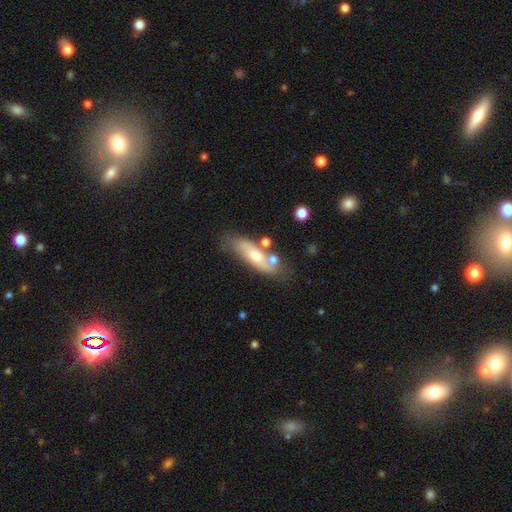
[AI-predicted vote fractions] This appears to be a featured or disk galaxy (48%). Merging: none (60%).